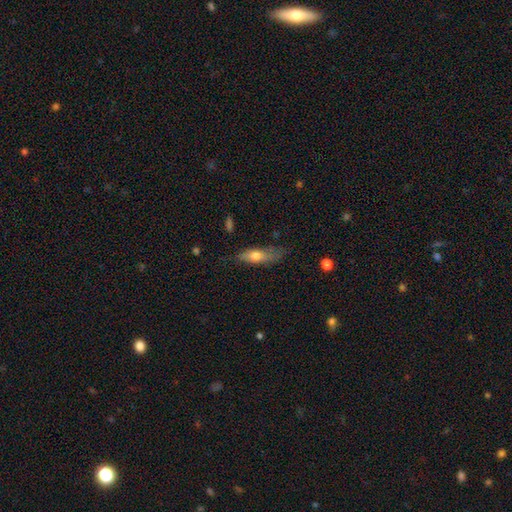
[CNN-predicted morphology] A smooth galaxy with no disk features (65%) that is in between round and cigar-shaped (53%). Merging: none (51%).